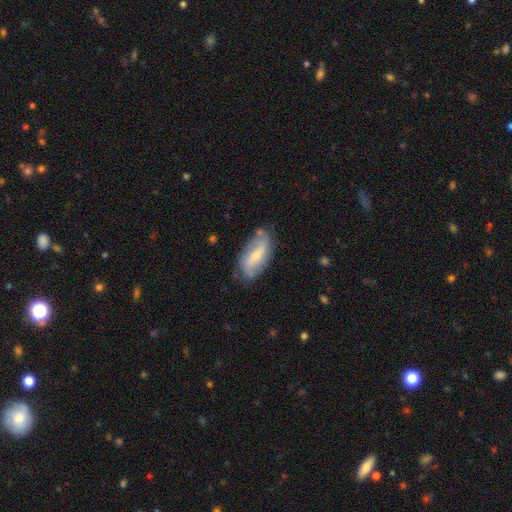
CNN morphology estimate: featured or disk 63%, smooth 31%, star or artifact 7%. Down the decision tree: edge-on disk — no (89%); bar — weak (41%); spiral arms — yes (81%); bulge size — small (60%); merging — none (72%).